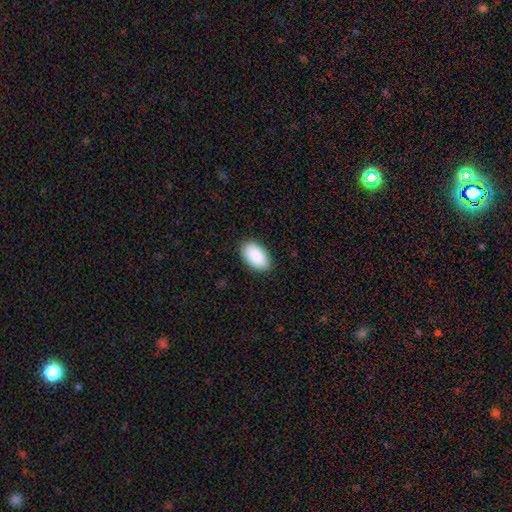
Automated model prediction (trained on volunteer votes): Smooth or featured: smooth — 91% (star or artifact — 6%)
How rounded: in between — 96% (round — 3%)
Merging: none — 88% (minor disturbance — 9%)